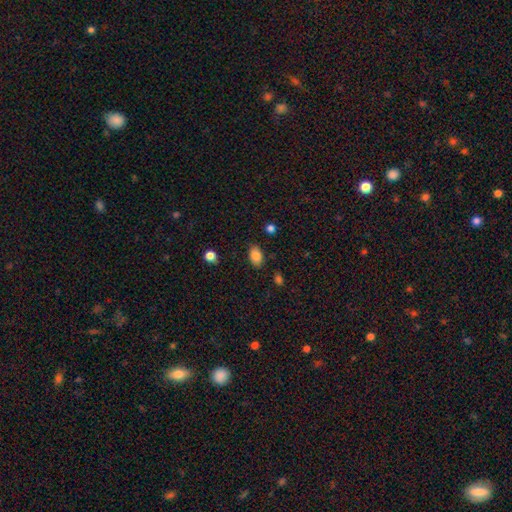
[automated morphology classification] Smooth or featured? smooth (85%)
How rounded? in between (89%)
Merging? none (83%)